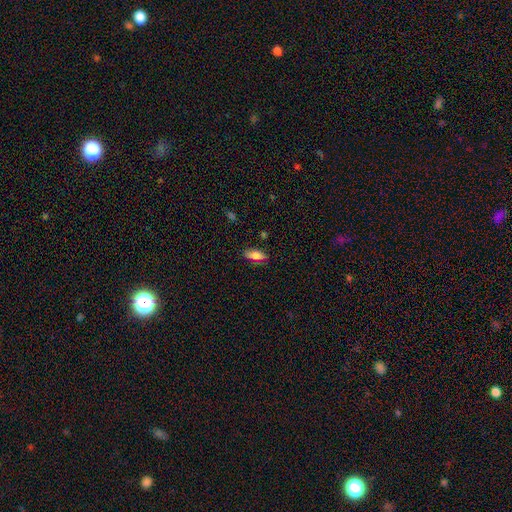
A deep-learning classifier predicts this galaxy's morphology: The model was most divided on "how rounded": in between: 77%, cigar-shaped: 21%, round: 3%. More confident: merging — none (80%); smooth or featured — smooth (80%).